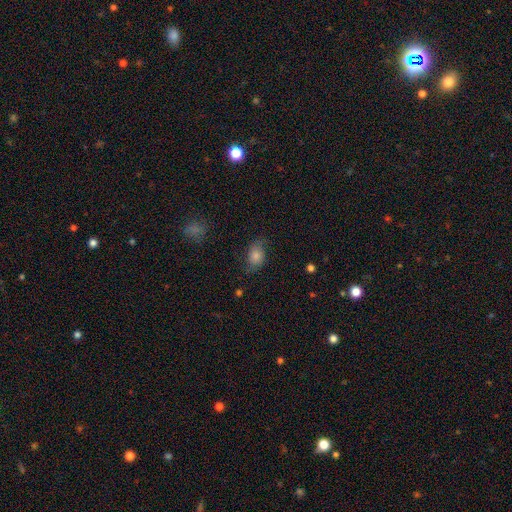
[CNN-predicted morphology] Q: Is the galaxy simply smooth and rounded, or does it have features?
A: smooth — 62%.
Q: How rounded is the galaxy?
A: in between — 75%.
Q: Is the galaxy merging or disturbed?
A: none — 67%.